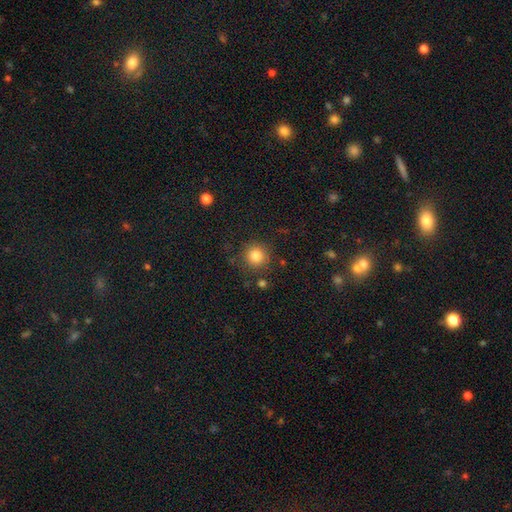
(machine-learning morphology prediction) Smooth or featured? Predicted: smooth (p=0.83). How rounded? Predicted: round (p=0.94). Merging? Predicted: none (p=0.85).